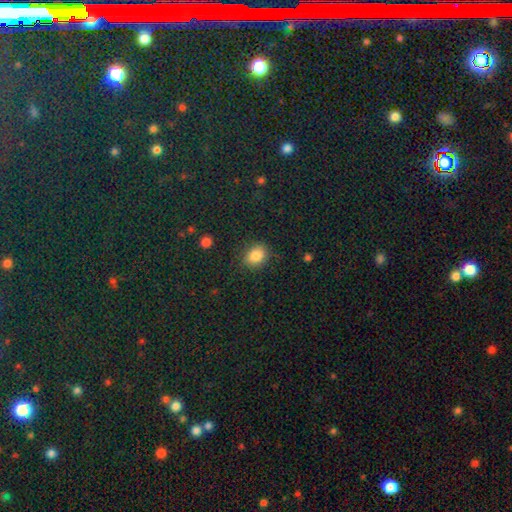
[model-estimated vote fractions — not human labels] This is clearly a smooth galaxy (85%). How rounded: possibly in between (54%). Merging: clearly none (83%).